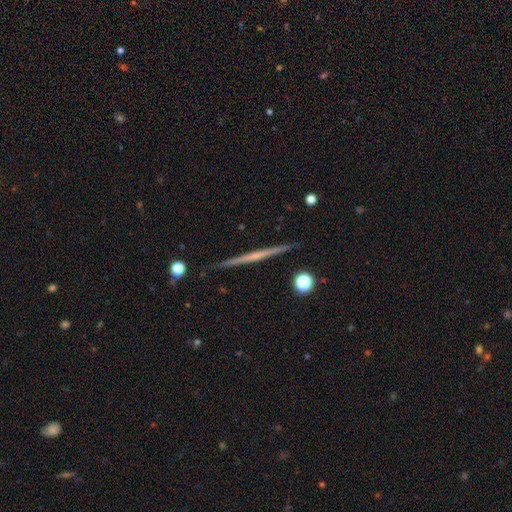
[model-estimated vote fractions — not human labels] Overall: featured or disk (69%). Edge-on disk: yes (98%). Edge-on bulge: none (76%). Merging: none (92%).